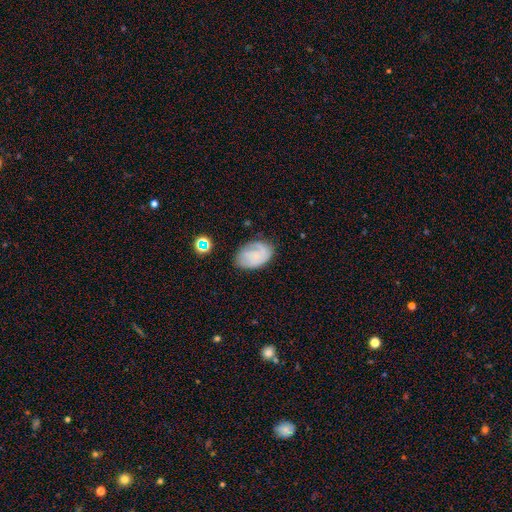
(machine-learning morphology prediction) A featured or disk galaxy (49%).

Vote fractions:
- Smooth or featured? featured or disk: 49% / smooth: 42% / star or artifact: 9%
- Merging? none: 67% / minor disturbance: 23% / major disturbance: 8% / merger: 2%